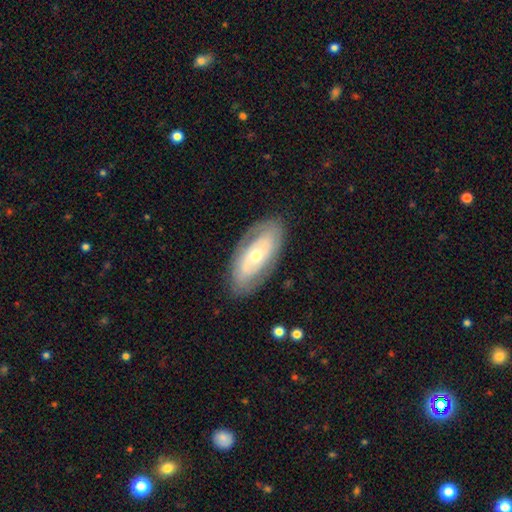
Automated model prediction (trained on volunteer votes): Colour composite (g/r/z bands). It shows a featured or disk galaxy (63%) with no bar (76%), spiral arms (50%, tied with no) and a moderate central bulge (53%). Merging: none (81%).